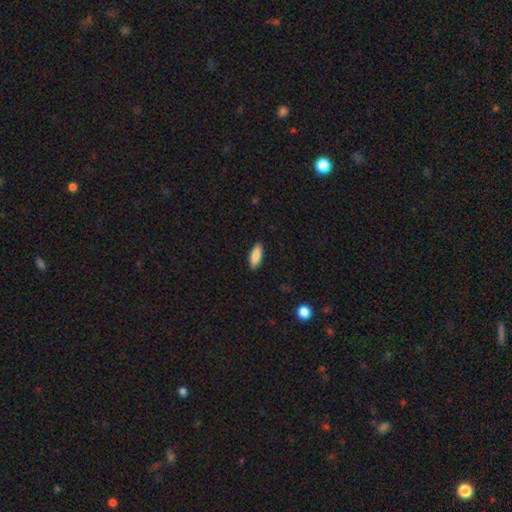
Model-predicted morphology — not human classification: smooth-or-featured: smooth: 87% | featured or disk: 7% | star or artifact: 6%
  how-rounded: in between: 67% | cigar-shaped: 31% | round: 2%
  merging: none: 90% | minor disturbance: 7% | major disturbance: 2% | merger: 1%